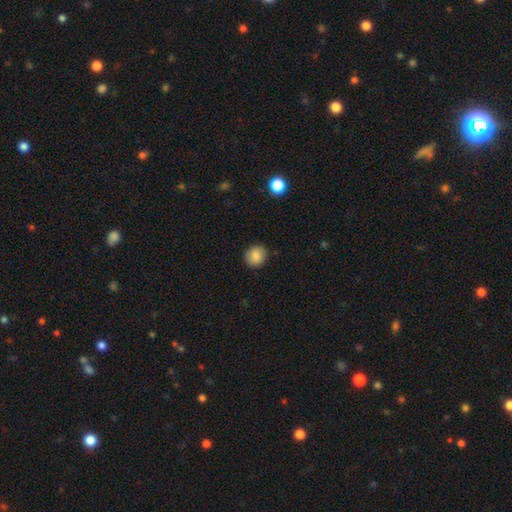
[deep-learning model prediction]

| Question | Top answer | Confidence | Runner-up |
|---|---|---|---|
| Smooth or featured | smooth | 87% | star or artifact (9%) |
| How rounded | round | 81% | in between (18%) |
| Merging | none | 88% | minor disturbance (9%) |